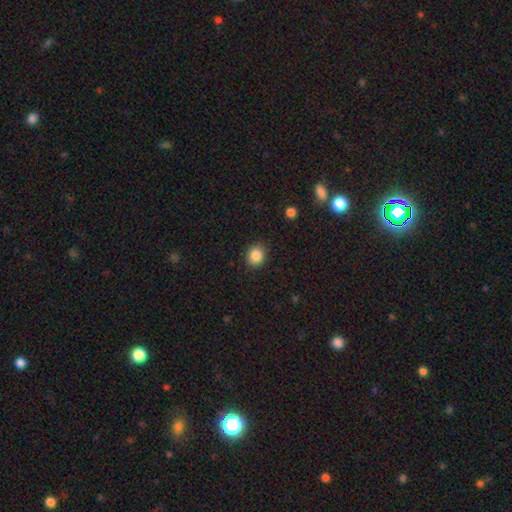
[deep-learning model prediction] Morphology: type=smooth (86%); roundness=round (77%); merging=none (89%).